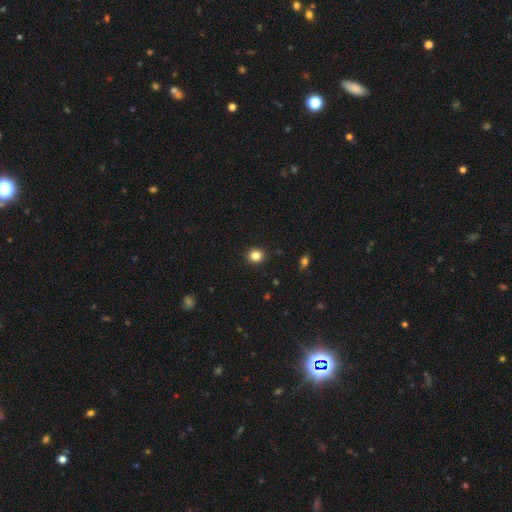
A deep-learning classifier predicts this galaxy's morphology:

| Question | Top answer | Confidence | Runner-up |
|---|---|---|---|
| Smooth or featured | smooth | 84% | star or artifact (12%) |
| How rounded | round | 83% | in between (16%) |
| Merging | none | 92% | minor disturbance (5%) |